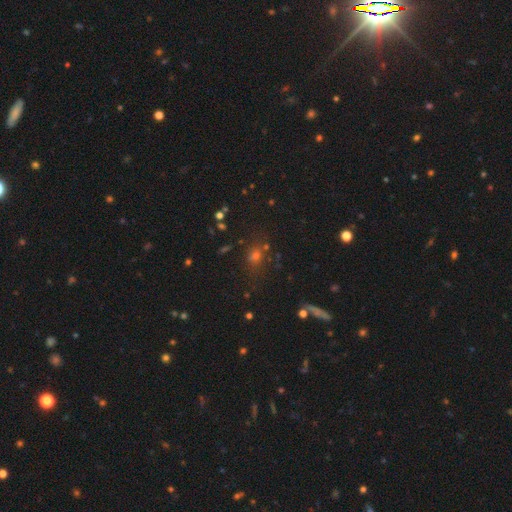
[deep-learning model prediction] Smooth or featured?
  - smooth: 55% *
  - star or artifact: 34%
  - featured or disk: 11%
How rounded?
  - round: 60% *
  - in between: 37%
  - cigar-shaped: 3%
Merging?
  - none: 71% *
  - minor disturbance: 15%
  - merger: 8%
  - major disturbance: 7%